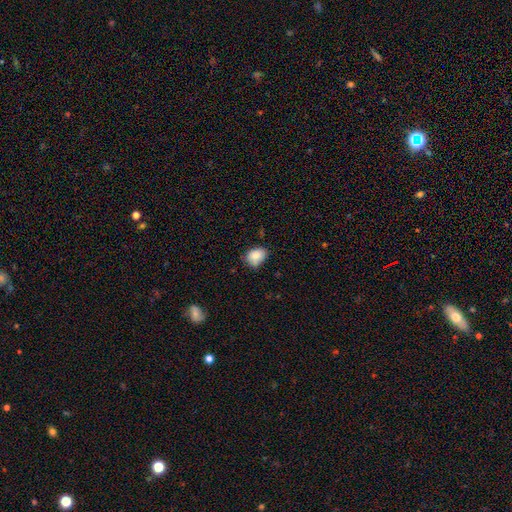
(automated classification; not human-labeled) Q: Smooth or featured?
A: smooth (84%); runner-up: star or artifact (9%)
Q: How rounded?
A: in between (65%); runner-up: round (34%)
Q: Merging?
A: none (63%); runner-up: minor disturbance (29%)